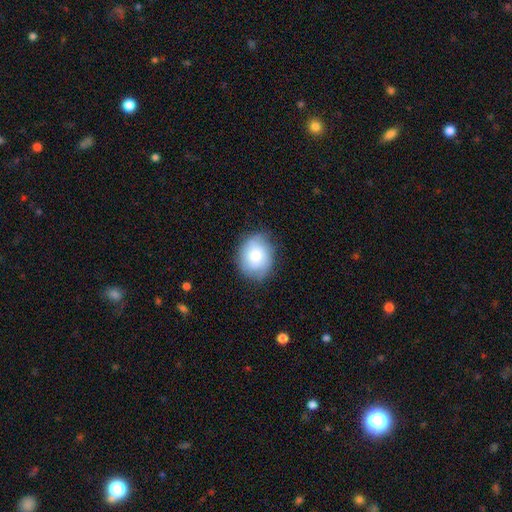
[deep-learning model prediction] Smooth or featured: smooth — 71% (featured or disk — 21%)
How rounded: round — 61% (in between — 38%)
Merging: none — 73% (minor disturbance — 21%)